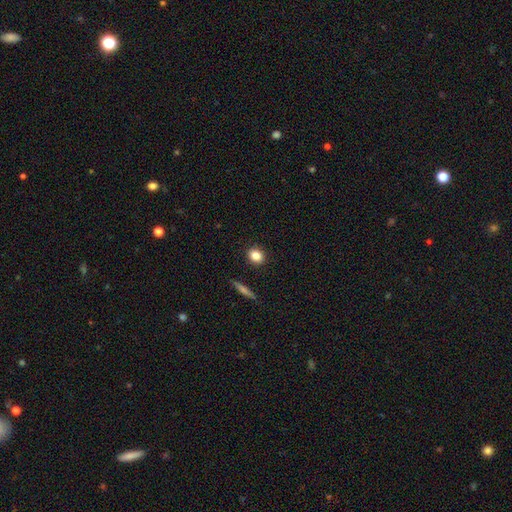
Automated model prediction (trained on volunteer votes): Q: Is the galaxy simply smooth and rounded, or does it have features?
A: smooth — 83%.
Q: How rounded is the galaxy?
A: round — 64%.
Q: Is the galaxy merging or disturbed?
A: none — 90%.